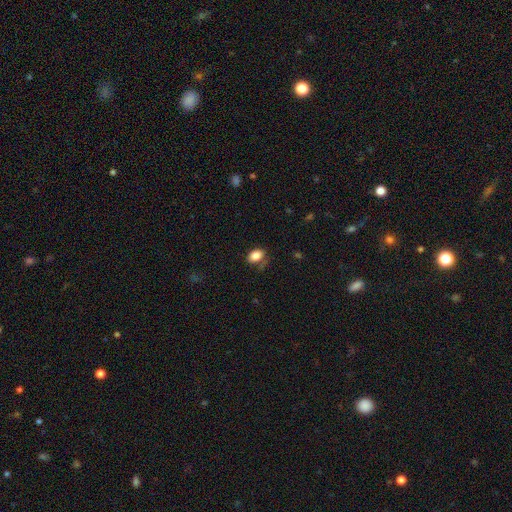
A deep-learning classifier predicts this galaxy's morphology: A smooth galaxy with no disk features (85%) that is in between round and cigar-shaped (86%).

Vote fractions:
- Smooth or featured? smooth: 85% / star or artifact: 9% / featured or disk: 6%
- How rounded? in between: 86% / round: 13% / cigar-shaped: 1%
- Merging? none: 67% / minor disturbance: 22% / major disturbance: 7% / merger: 3%